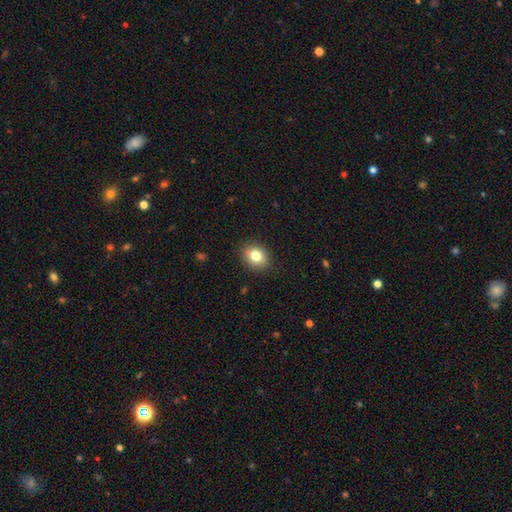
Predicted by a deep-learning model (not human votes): Morphology: type=smooth (80%); roundness=round (58%); merging=none (88%).